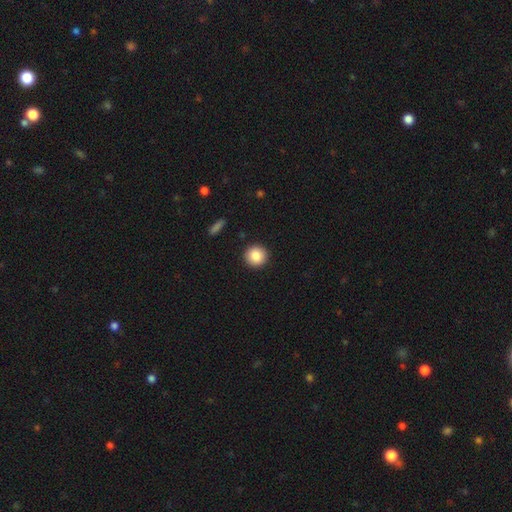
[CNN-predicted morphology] Smooth or featured: smooth — 86% (star or artifact — 8%)
How rounded: round — 94% (in between — 5%)
Merging: none — 92% (minor disturbance — 5%)